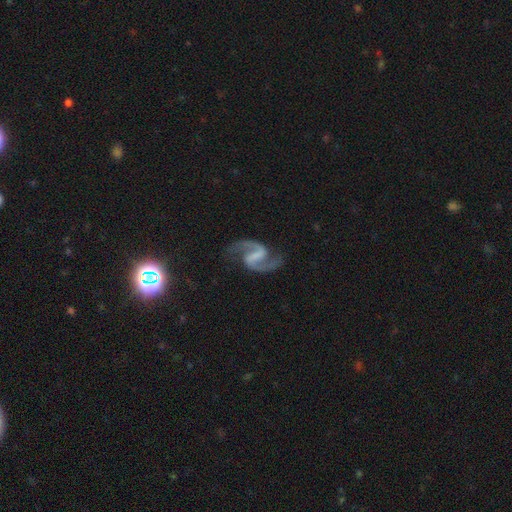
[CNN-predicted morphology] This is clearly a featured or disk galaxy (93%). It is clearly not viewed edge-on (98%). Bar: marginally weak (45%). Spiral arm pattern: clearly yes (98%). Spiral arm count: clearly 2 (95%). Spiral winding: possibly medium (55%). Central bulge: possibly none (52%). Merging: clearly none (81%).